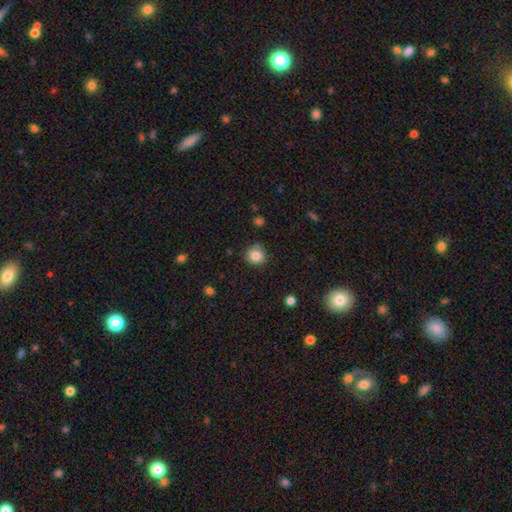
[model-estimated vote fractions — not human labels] A smooth galaxy with no disk features (85%) that is round (84%).

Vote fractions:
- Smooth or featured? smooth: 85% / star or artifact: 10% / featured or disk: 5%
- How rounded? round: 84% / in between: 15% / cigar-shaped: 1%
- Merging? none: 82% / minor disturbance: 12% / merger: 3% / major disturbance: 3%